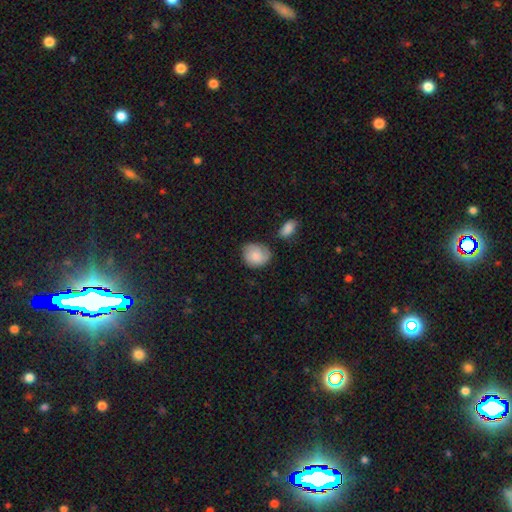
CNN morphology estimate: Smooth or featured?
  - smooth: 79% *
  - featured or disk: 14%
  - star or artifact: 7%
How rounded?
  - round: 62% *
  - in between: 37%
  - cigar-shaped: 1%
Merging?
  - none: 62% *
  - minor disturbance: 28%
  - major disturbance: 6%
  - merger: 5%